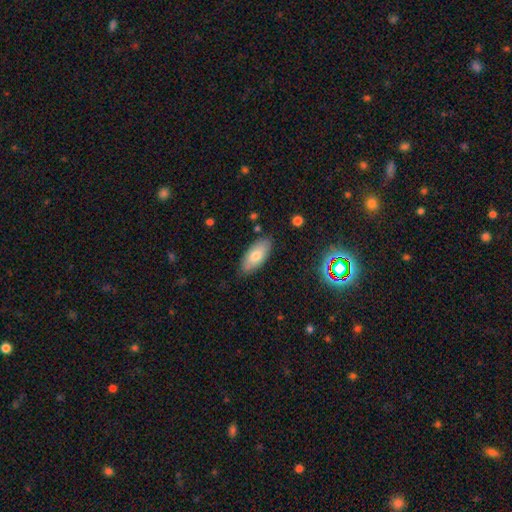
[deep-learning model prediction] smooth_or_featured: smooth (p=0.72) [alt: featured or disk p=0.21]
how_rounded: in between (p=0.89) [alt: cigar-shaped p=0.08]
merging: none (p=0.83) [alt: minor disturbance p=0.13]